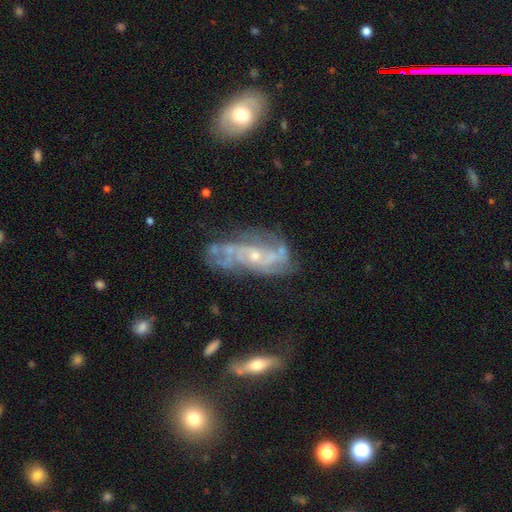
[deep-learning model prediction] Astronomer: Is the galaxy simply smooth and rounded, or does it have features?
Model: featured or disk — 82%.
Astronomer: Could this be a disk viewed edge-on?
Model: no — 92%.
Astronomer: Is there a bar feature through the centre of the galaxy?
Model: no — 66%.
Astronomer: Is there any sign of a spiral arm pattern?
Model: yes — 88%.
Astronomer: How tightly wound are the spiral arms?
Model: medium — 42% (runner-up: tight, 38%).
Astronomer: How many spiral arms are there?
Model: can't tell — 36% (runner-up: 2, 25%).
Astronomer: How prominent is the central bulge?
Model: small — 68%.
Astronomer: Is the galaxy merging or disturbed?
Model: none — 58%.